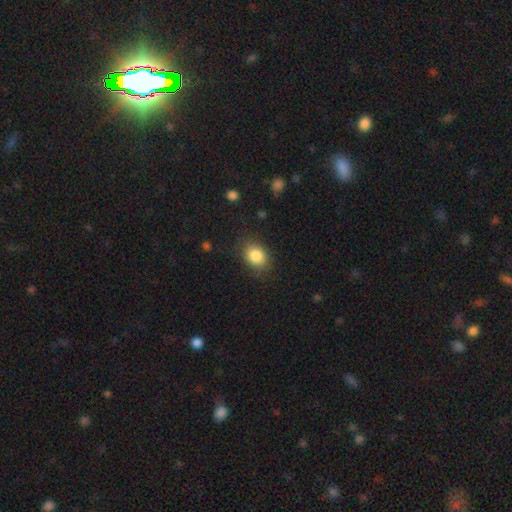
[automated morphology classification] Q: Smooth or featured?
A: smooth (85%); runner-up: star or artifact (9%)
Q: How rounded?
A: in between (59%); runner-up: round (40%)
Q: Merging?
A: none (79%); runner-up: minor disturbance (15%)